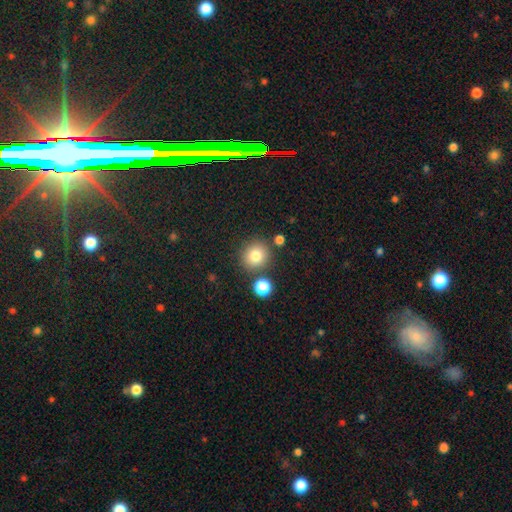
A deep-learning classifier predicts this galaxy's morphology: This is likely a smooth galaxy (79%). How rounded: clearly round (90%). Merging: clearly none (82%).